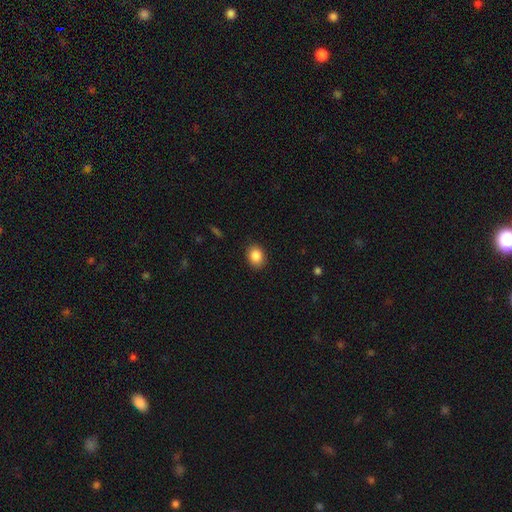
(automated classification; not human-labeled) smooth_or_featured: smooth (p=0.86) [alt: star or artifact p=0.09]
how_rounded: in between (p=0.55) [alt: round p=0.44]
merging: none (p=0.89) [alt: minor disturbance p=0.08]